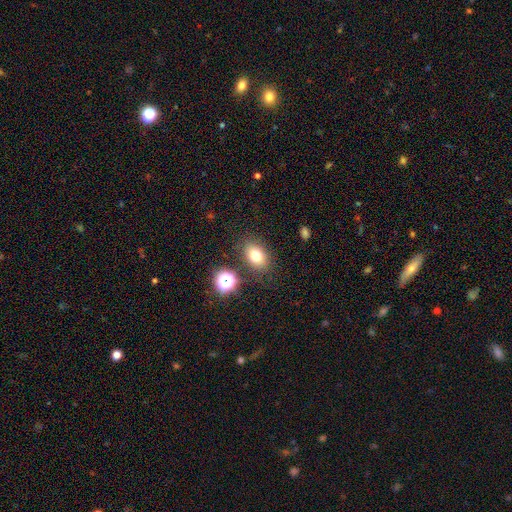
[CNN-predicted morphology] smooth 76%, star or artifact 13%, featured or disk 10%. Down the decision tree: how rounded — in between (74%); merging — none (81%).